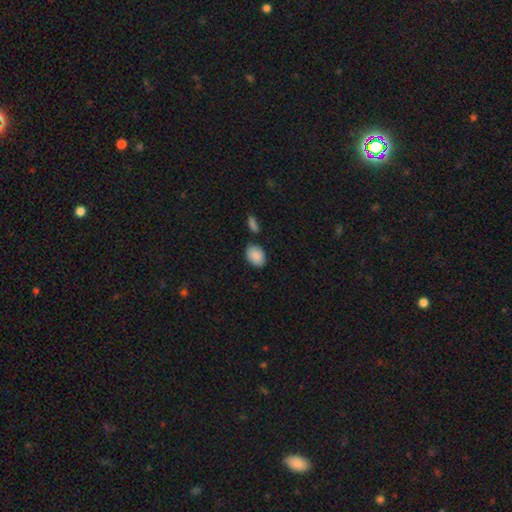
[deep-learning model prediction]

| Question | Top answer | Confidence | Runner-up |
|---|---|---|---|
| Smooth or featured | smooth | 89% | star or artifact (7%) |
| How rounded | in between | 81% | round (18%) |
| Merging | none | 76% | minor disturbance (14%) |